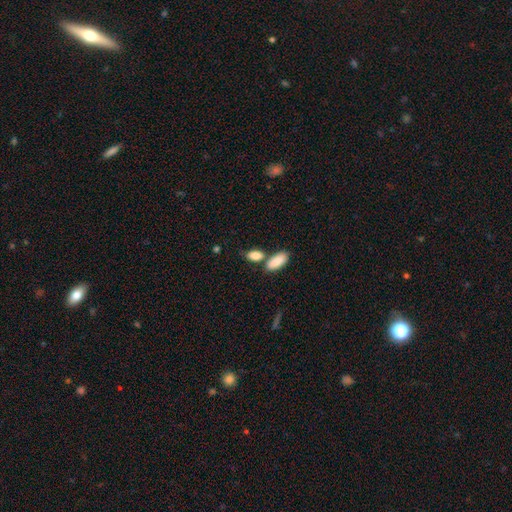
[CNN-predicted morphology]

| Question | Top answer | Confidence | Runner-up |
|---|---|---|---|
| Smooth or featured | smooth | 86% | featured or disk (8%) |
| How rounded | in between | 86% | round (7%) |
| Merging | none | 53% | merger (31%) |